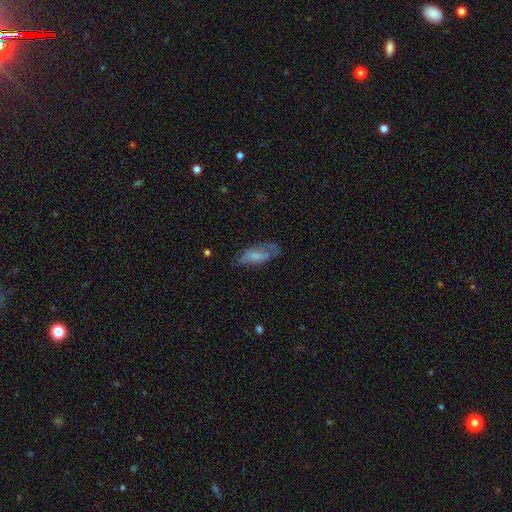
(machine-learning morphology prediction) Smooth or featured? Predicted: smooth (p=0.53). How rounded? Predicted: in between (p=0.79). Merging? Predicted: none (p=0.45).